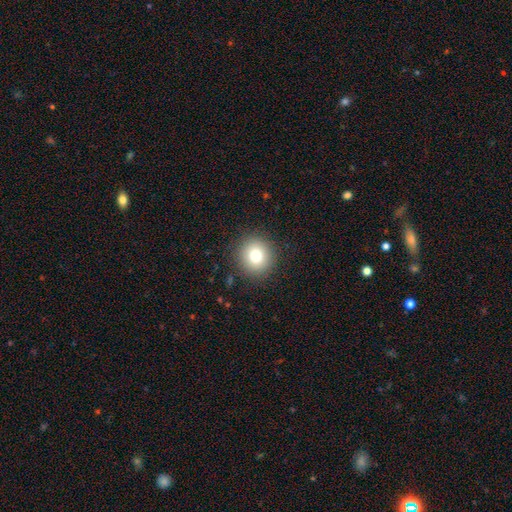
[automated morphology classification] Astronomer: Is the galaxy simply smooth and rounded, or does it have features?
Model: smooth — 80%.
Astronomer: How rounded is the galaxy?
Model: round — 89%.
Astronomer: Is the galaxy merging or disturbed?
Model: none — 89%.